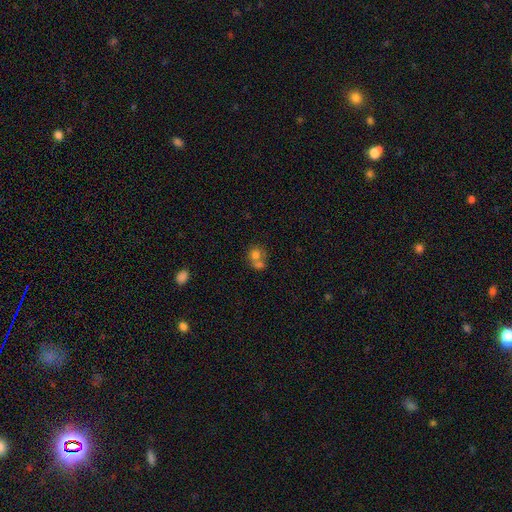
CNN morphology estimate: Q: Smooth or featured?
A: smooth (71%); runner-up: featured or disk (18%)
Q: How rounded?
A: round (75%); runner-up: in between (24%)
Q: Merging?
A: merger (57%); runner-up: none (31%)